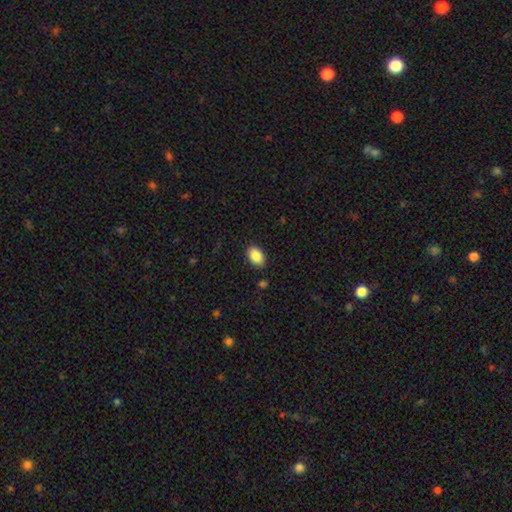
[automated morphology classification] smooth-or-featured: smooth: 88% | star or artifact: 7% | featured or disk: 4%
  how-rounded: in between: 89% | round: 10% | cigar-shaped: 1%
  merging: none: 87% | minor disturbance: 10% | major disturbance: 2% | merger: 1%